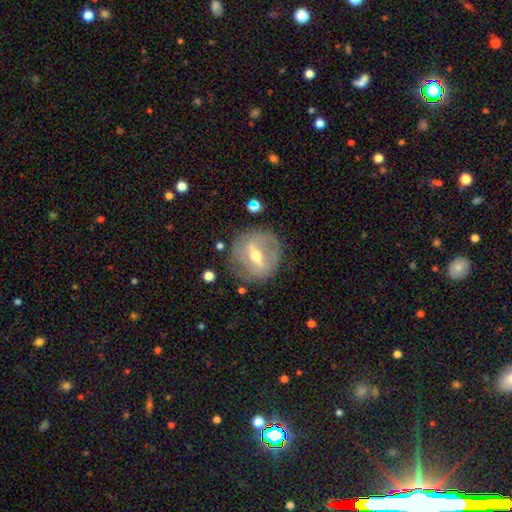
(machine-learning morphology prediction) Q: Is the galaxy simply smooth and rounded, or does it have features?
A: featured or disk — 73%.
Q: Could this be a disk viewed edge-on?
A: no — 86%.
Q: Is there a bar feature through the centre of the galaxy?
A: strong — 60%.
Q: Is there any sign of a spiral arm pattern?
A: no — 56%.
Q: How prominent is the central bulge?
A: moderate — 64%.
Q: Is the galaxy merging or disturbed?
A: none — 78%.